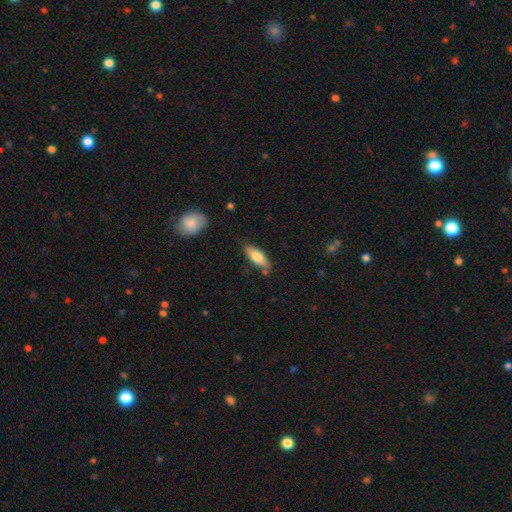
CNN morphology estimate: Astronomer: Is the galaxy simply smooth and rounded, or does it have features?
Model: smooth — 71%.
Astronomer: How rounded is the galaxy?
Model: in between — 60% (runner-up: cigar-shaped, 38%).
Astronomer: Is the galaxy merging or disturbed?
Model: none — 79%.